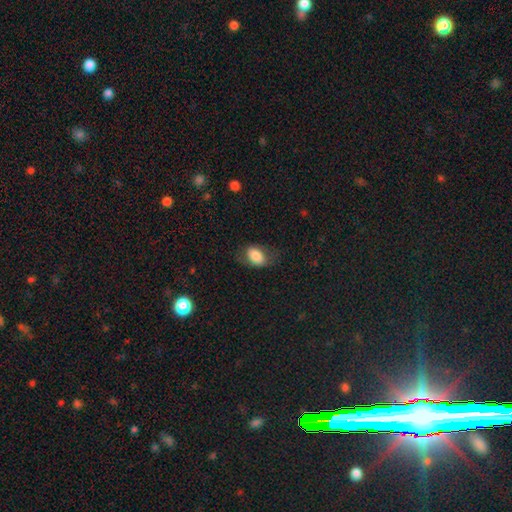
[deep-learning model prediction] Smooth or featured?
  - smooth: 79% *
  - featured or disk: 13%
  - star or artifact: 8%
How rounded?
  - in between: 84% *
  - round: 14%
  - cigar-shaped: 1%
Merging?
  - none: 61% *
  - minor disturbance: 24%
  - major disturbance: 13%
  - merger: 1%